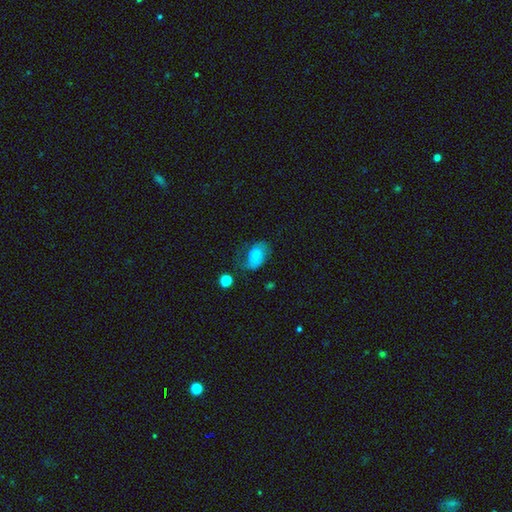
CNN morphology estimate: type=smooth (66%); roundness=in between (84%); merging=none (42%).